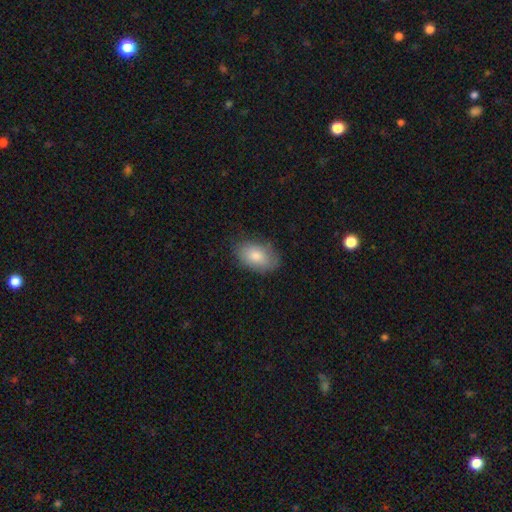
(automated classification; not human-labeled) Overall: smooth (82%). How rounded: in between (91%). Merging: none (78%).